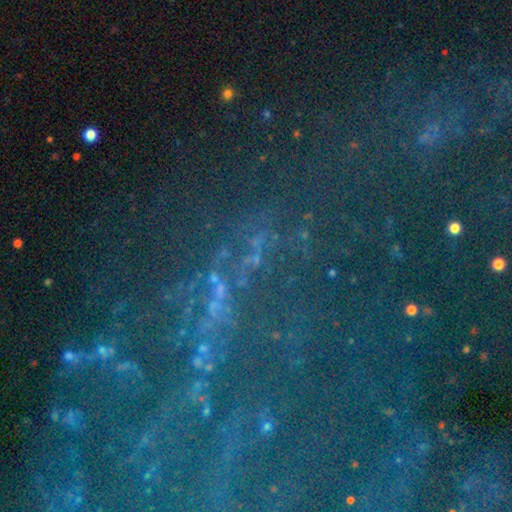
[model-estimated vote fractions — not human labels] This is likely a star or artifact rather than a galaxy (69%).